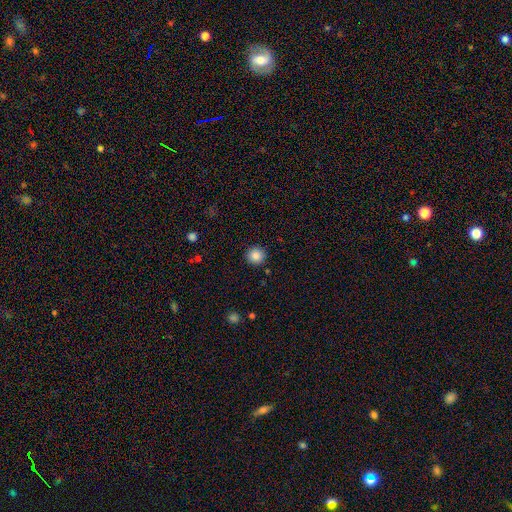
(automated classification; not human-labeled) smooth 87%, star or artifact 10%, featured or disk 4%. Down the decision tree: how rounded — round (94%); merging — none (91%).